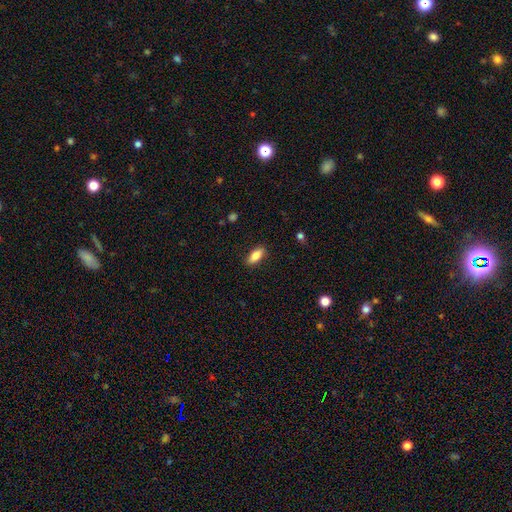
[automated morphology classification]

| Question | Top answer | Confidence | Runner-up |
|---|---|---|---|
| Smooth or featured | smooth | 82% | featured or disk (12%) |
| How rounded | in between | 80% | cigar-shaped (18%) |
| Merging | none | 87% | minor disturbance (10%) |